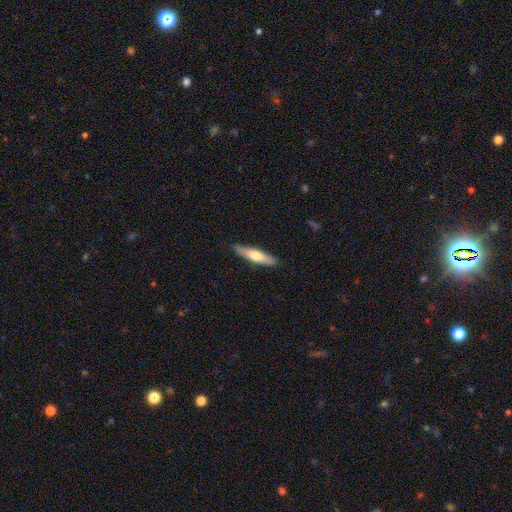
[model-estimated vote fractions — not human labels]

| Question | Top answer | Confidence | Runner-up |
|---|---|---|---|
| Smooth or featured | smooth | 57% | featured or disk (38%) |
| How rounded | cigar-shaped | 80% | in between (18%) |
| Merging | none | 87% | minor disturbance (10%) |